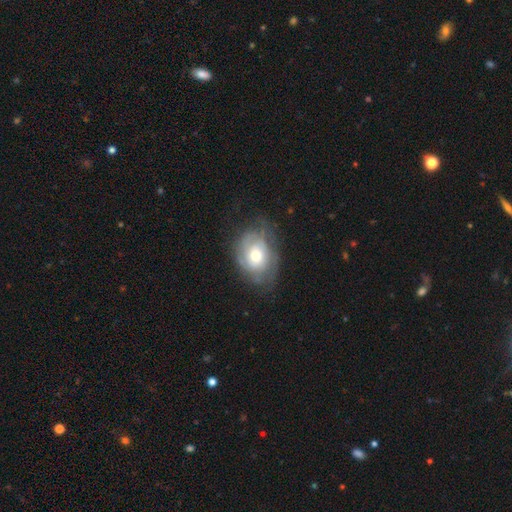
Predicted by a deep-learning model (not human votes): A featured or disk galaxy (57%) with no bar (82%), spiral arms (70%) and a moderate central bulge (65%). Merging: none (61%).